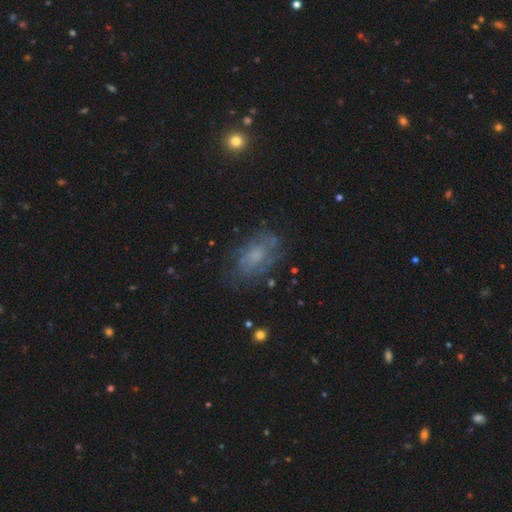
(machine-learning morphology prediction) Smooth or featured? featured or disk (53%)
Edge-on disk? no (95%)
Bar? no (73%)
Spiral arms? yes (63%)
Bulge size? small (40%)
Merging? none (65%)